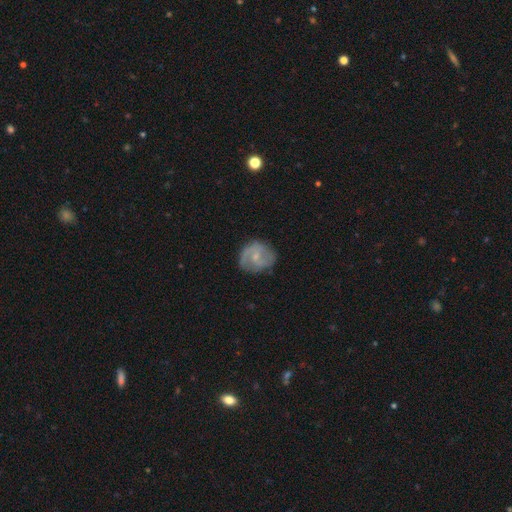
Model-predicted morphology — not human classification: The model was most divided on "bar": weak: 48%, no: 43%, strong: 9%. Remaining: edge-on disk — no (98%); spiral arms — yes (86%); merging — none (73%); spiral arm count — 2 (72%); smooth or featured — featured or disk (65%); bulge size — small (63%); spiral winding — medium (47%).